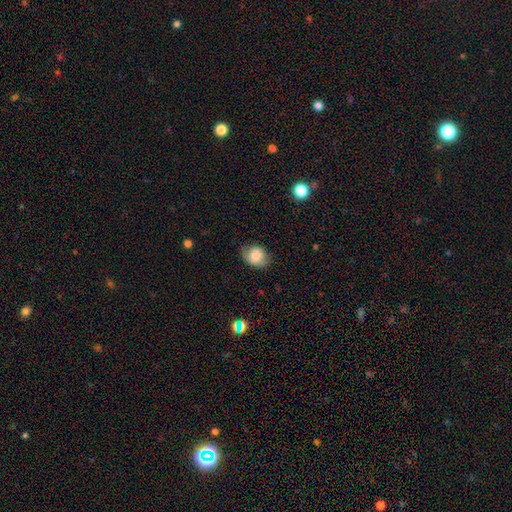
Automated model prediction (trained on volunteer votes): A smooth galaxy with no disk features (79%) that is in between round and cigar-shaped (58%). Merging: none (70%).